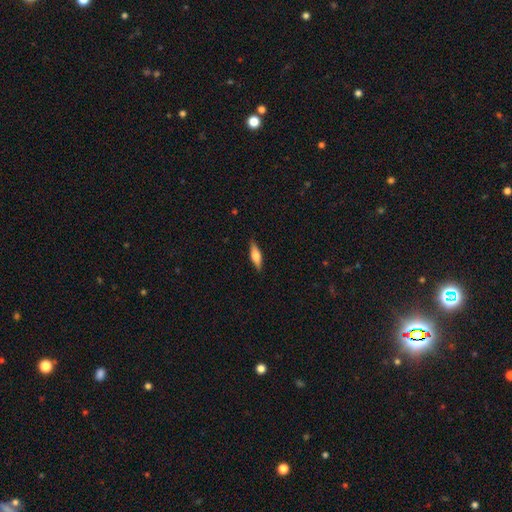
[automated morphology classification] Smooth or featured?
  - smooth: 57% *
  - featured or disk: 36%
  - star or artifact: 6%
How rounded?
  - cigar-shaped: 52% *
  - in between: 46%
  - round: 3%
Merging?
  - none: 87% *
  - minor disturbance: 10%
  - major disturbance: 2%
  - merger: 1%